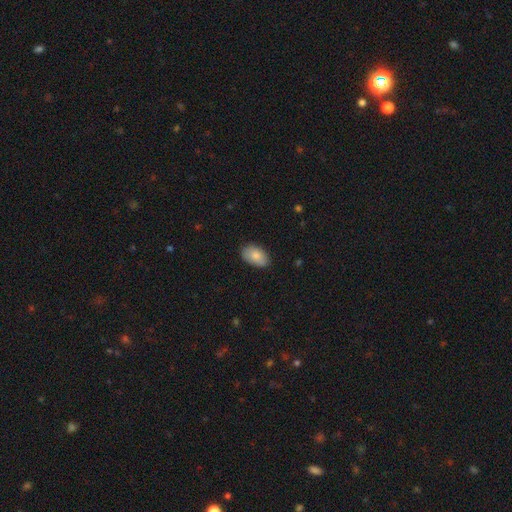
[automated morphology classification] This appears to be a smooth galaxy with no disk features (82%) that is in between round and cigar-shaped (92%). Merging: none (81%).